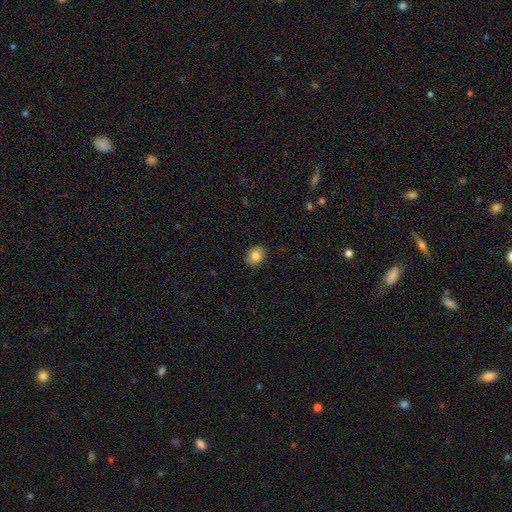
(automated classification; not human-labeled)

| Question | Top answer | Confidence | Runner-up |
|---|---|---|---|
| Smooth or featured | smooth | 80% | featured or disk (11%) |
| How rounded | in between | 51% | round (48%) |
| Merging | none | 85% | minor disturbance (12%) |